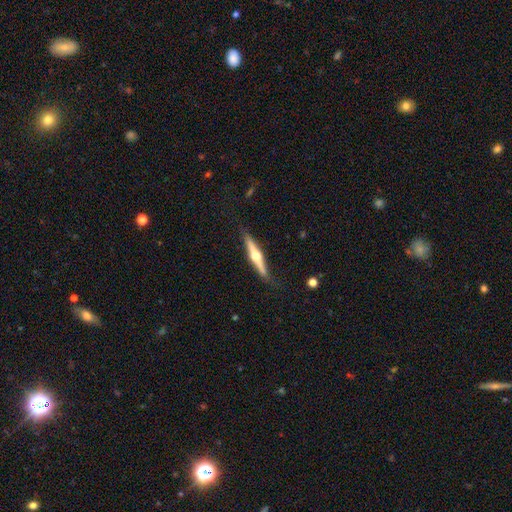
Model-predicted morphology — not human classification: This appears to be a featured or disk galaxy (71%) viewed edge-on (97%) with a rounded central bulge (94%). Merging: none (81%).